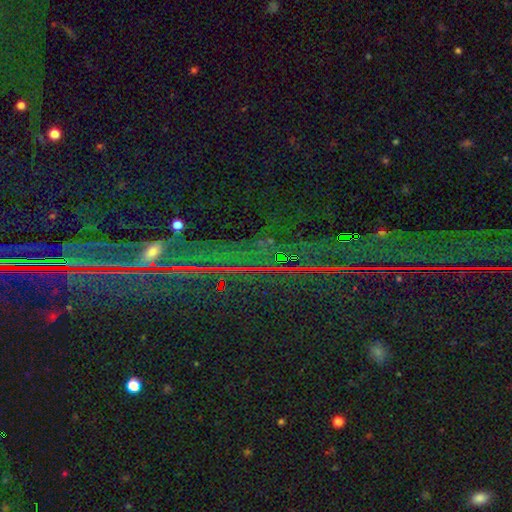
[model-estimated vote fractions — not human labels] smooth_or_featured: star or artifact (p=0.84) [alt: featured or disk p=0.08]